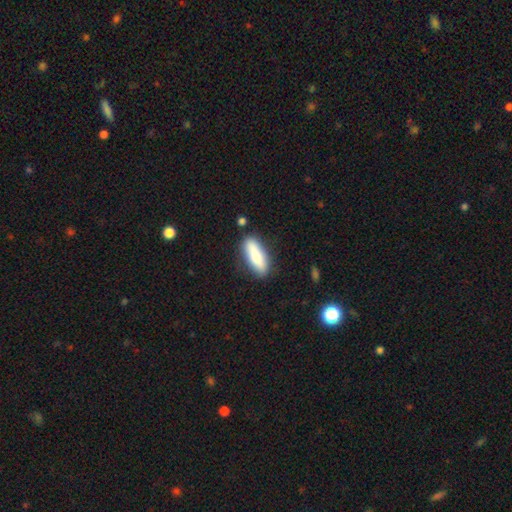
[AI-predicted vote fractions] Smooth or featured?
  - smooth: 80% *
  - featured or disk: 15%
  - star or artifact: 6%
How rounded?
  - in between: 53% *
  - cigar-shaped: 45%
  - round: 2%
Merging?
  - none: 81% *
  - minor disturbance: 13%
  - merger: 3%
  - major disturbance: 3%